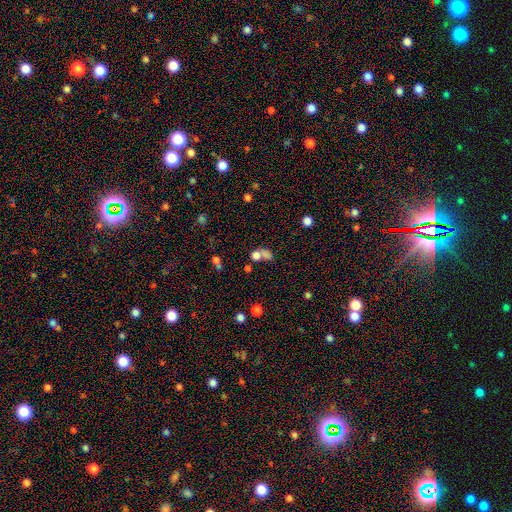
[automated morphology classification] type=smooth (71%); roundness=round (49%); merging=merger (51%).